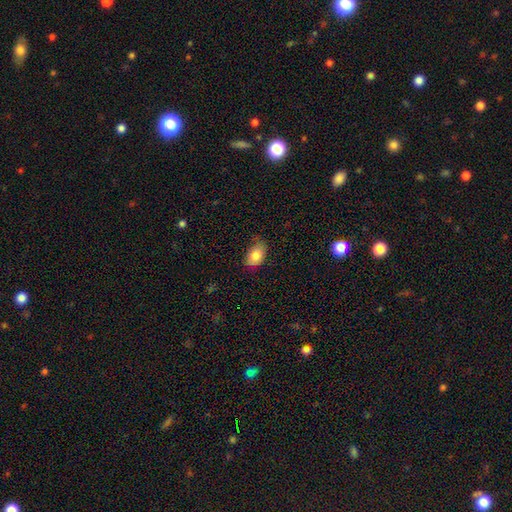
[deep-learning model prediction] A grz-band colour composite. It shows a smooth galaxy with no disk features (84%) that is in between round and cigar-shaped (89%). Merging: none (68%).